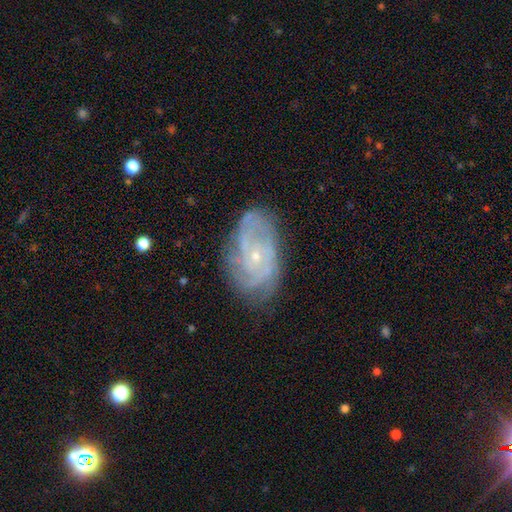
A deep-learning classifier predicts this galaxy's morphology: This appears to be a featured or disk galaxy (81%) with no bar (75%), tight (59%) spiral arms (92%) and a small central bulge (80%). Merging: none (72%).